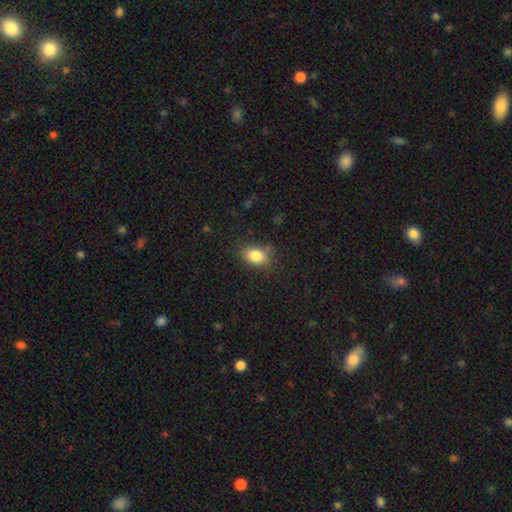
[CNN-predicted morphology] smooth 84%, star or artifact 9%, featured or disk 7%. Down the decision tree: how rounded — in between (76%); merging — none (79%).